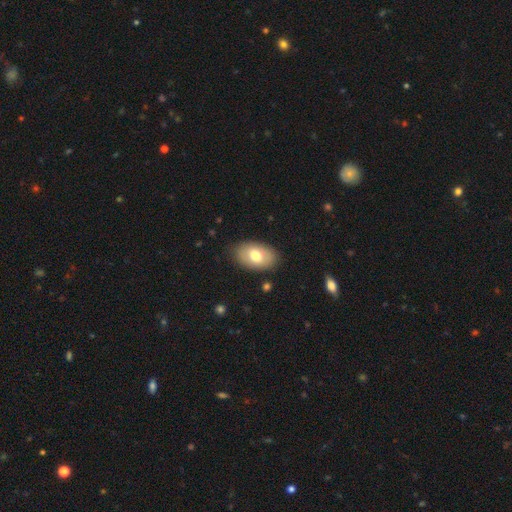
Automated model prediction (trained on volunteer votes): A smooth galaxy with no disk features (71%) that is in between round and cigar-shaped (90%). Merging: none (84%).